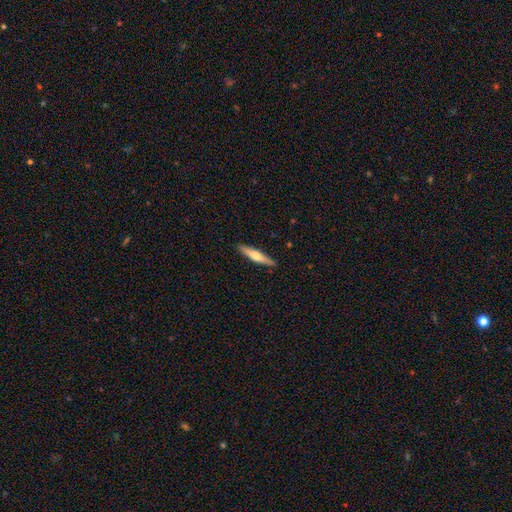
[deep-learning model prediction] Overall: smooth (50%; featured or disk 45%). Merging: none (89%).